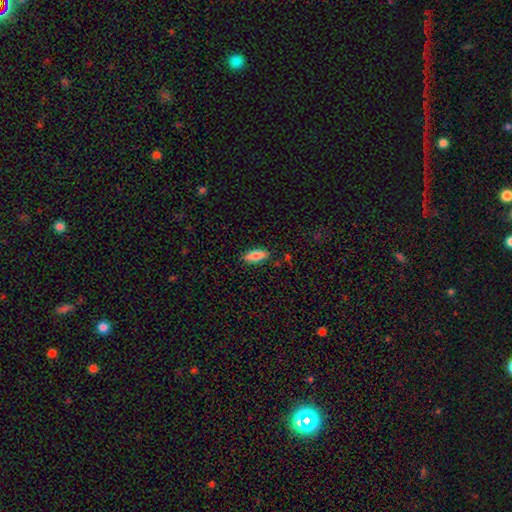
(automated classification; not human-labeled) smooth_or_featured: smooth (p=0.81) [alt: featured or disk p=0.13]
how_rounded: in between (p=0.77) [alt: cigar-shaped p=0.21]
merging: none (p=0.87) [alt: minor disturbance p=0.10]